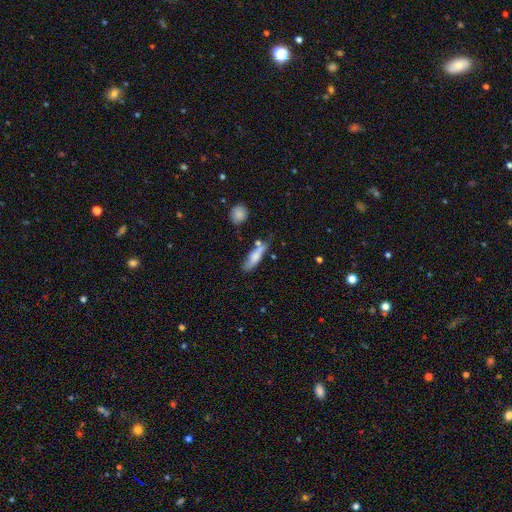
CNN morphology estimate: This appears to be a smooth galaxy with no disk features (73%) that is cigar-shaped (59%). Merging: none (58%).